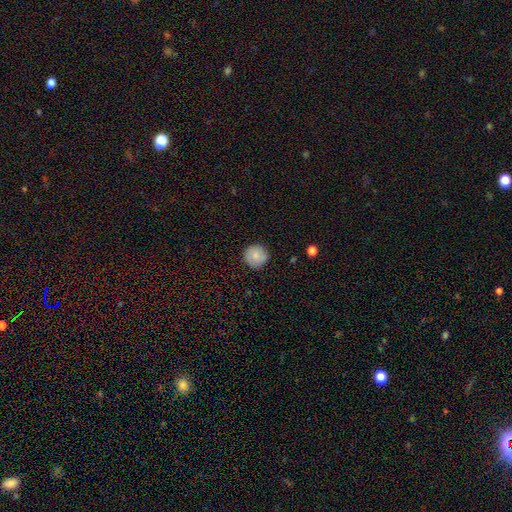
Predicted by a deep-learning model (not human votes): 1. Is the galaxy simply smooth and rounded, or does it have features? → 80% smooth, 12% featured or disk, 7% star or artifact.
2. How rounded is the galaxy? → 95% round, 4% in between, 1% cigar-shaped.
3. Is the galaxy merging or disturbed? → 89% none, 8% minor disturbance, 2% major disturbance, 1% merger.